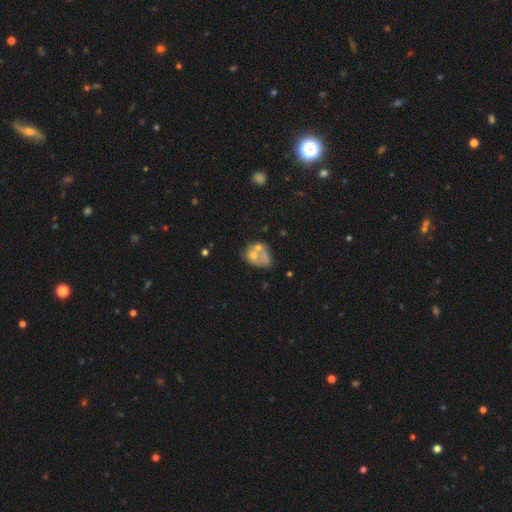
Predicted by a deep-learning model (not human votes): Overall: smooth (50%; featured or disk 39%). How rounded: in between (59%; round 40%). Merging: merger (46%; none 26%).